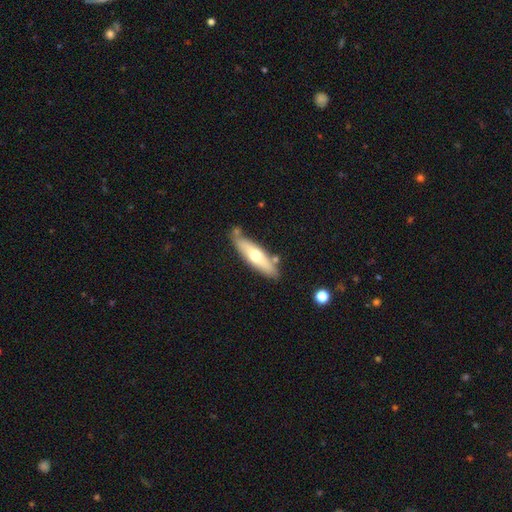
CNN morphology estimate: The model was most divided on "smooth or featured": smooth: 51%, featured or disk: 43%, star or artifact: 5%. More confident: merging — none (72%); how rounded — cigar-shaped (67%).